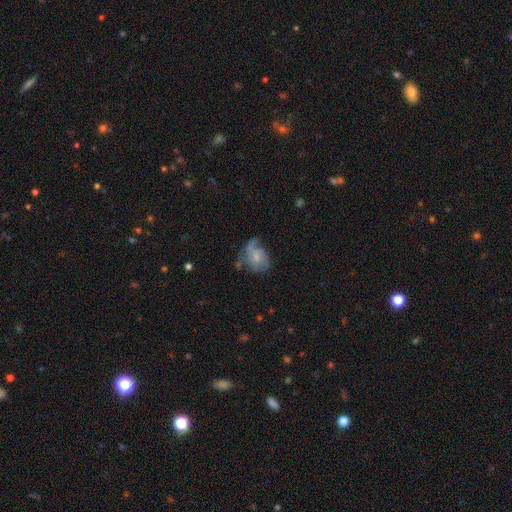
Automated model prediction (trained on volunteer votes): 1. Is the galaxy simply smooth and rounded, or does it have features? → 53% featured or disk, 39% smooth, 8% star or artifact.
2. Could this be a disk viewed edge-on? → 97% no, 3% yes.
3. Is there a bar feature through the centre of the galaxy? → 66% no, 30% weak, 4% strong.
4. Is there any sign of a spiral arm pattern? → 76% yes, 24% no.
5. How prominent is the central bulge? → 48% small, 24% moderate, 23% none, 3% large, 1% dominant.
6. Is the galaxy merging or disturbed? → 36% none, 30% major disturbance, 30% minor disturbance, 5% merger.